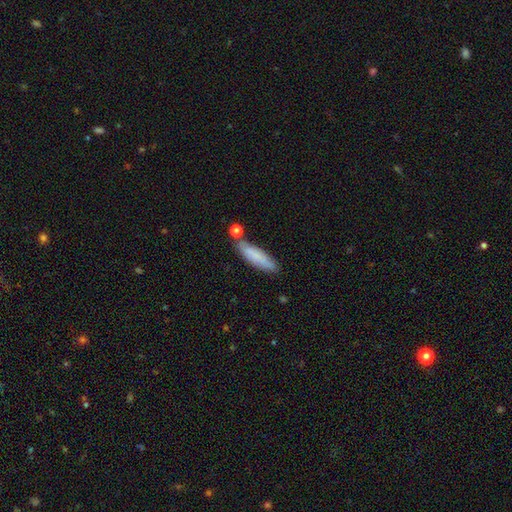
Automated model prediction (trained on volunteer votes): smooth-or-featured: smooth: 79% | featured or disk: 15% | star or artifact: 7%
  how-rounded: cigar-shaped: 75% | in between: 24% | round: 2%
  merging: none: 73% | minor disturbance: 15% | merger: 9% | major disturbance: 3%